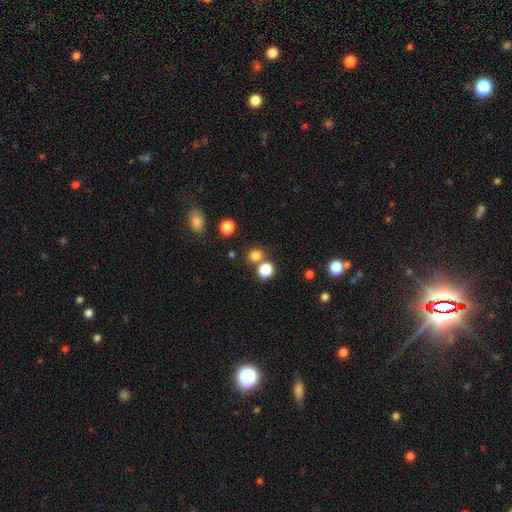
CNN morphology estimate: Smooth or featured? smooth (79%)
How rounded? round (79%)
Merging? none (67%)